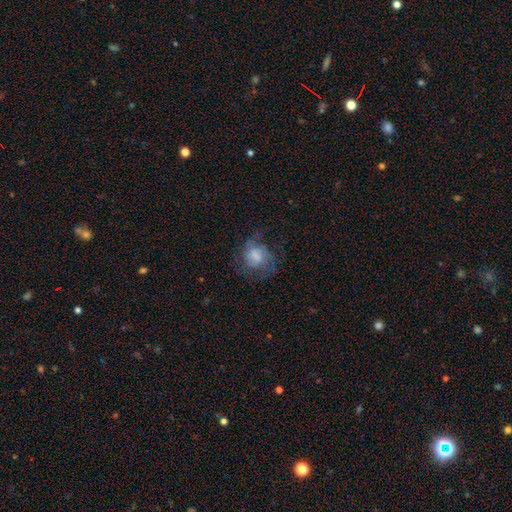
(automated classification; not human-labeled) Smooth or featured? featured or disk (46%)
Merging? none (51%)